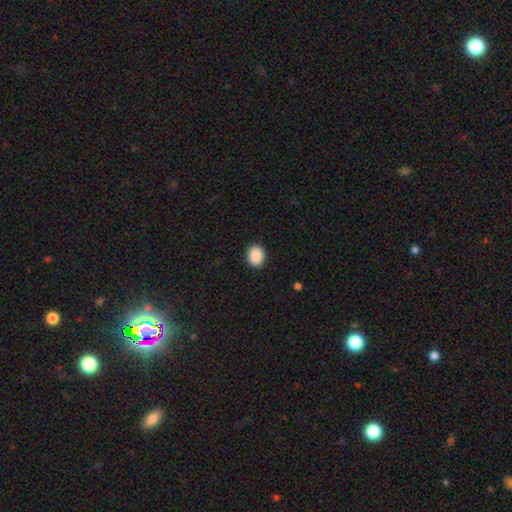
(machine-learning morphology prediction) Smooth or featured? smooth (90%)
How rounded? in between (50%)
Merging? none (91%)